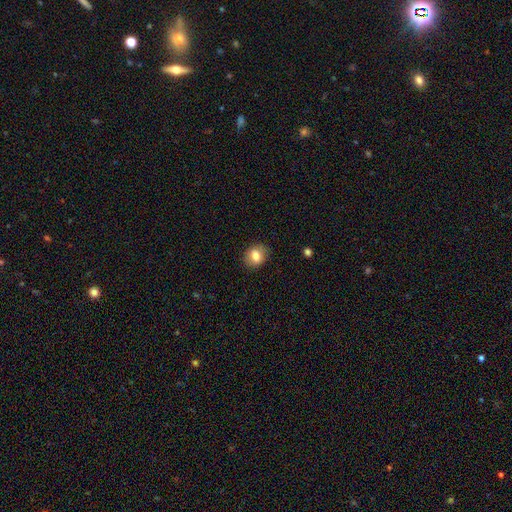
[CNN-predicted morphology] smooth 80%, featured or disk 12%, star or artifact 9%. Down the decision tree: how rounded — round (55%); merging — none (86%).